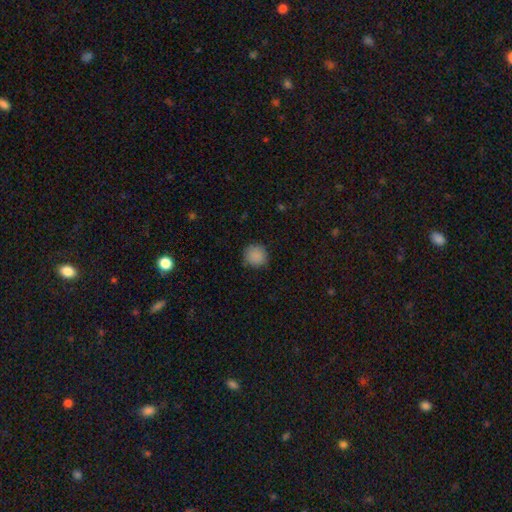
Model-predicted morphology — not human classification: Q: Smooth or featured?
A: smooth (87%); runner-up: star or artifact (9%)
Q: How rounded?
A: round (92%); runner-up: in between (7%)
Q: Merging?
A: none (84%); runner-up: minor disturbance (12%)